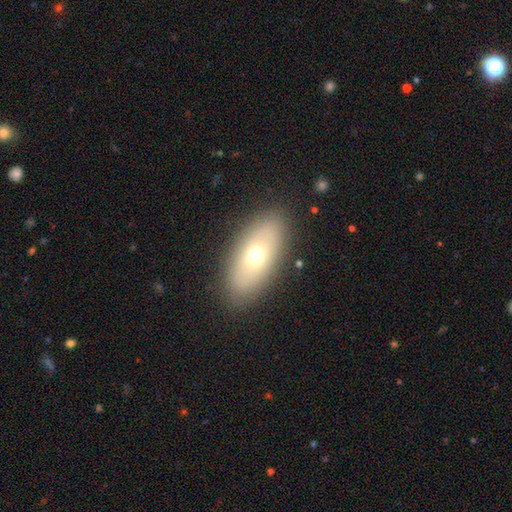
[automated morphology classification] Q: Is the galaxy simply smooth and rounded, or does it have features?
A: smooth — 61%.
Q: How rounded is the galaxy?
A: in between — 85%.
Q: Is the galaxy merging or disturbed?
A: none — 87%.